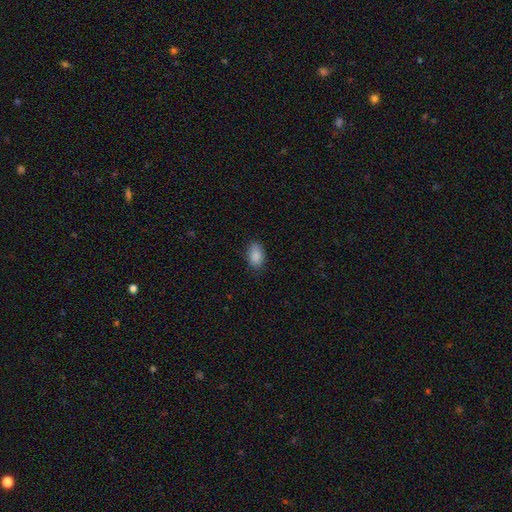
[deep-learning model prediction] Smooth or featured? smooth (89%)
How rounded? in between (91%)
Merging? none (82%)